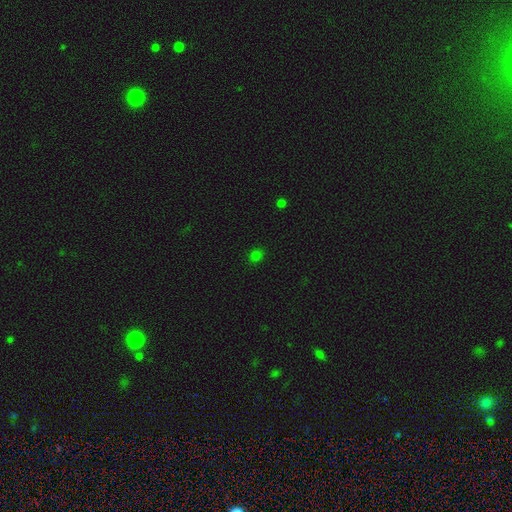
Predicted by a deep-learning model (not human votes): smooth 75%, star or artifact 21%, featured or disk 4%. Down the decision tree: how rounded — round (63%); merging — none (87%).